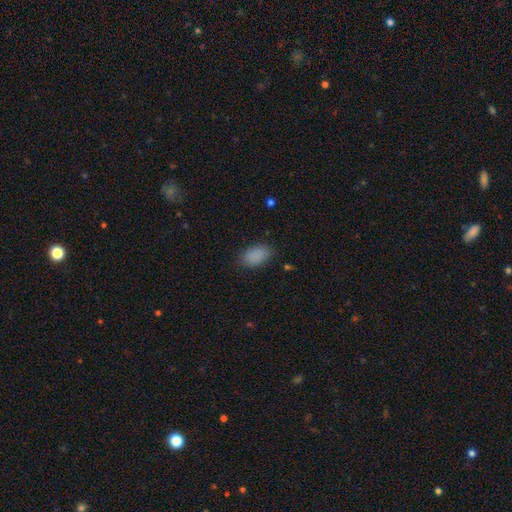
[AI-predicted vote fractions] Smooth or featured? smooth (88%)
How rounded? in between (91%)
Merging? none (83%)